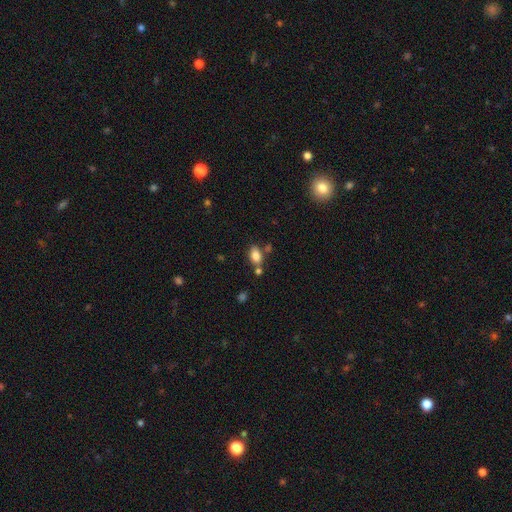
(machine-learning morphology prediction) This appears to be a smooth galaxy with no disk features (83%) that is in between round and cigar-shaped (89%). Merging: none (67%).